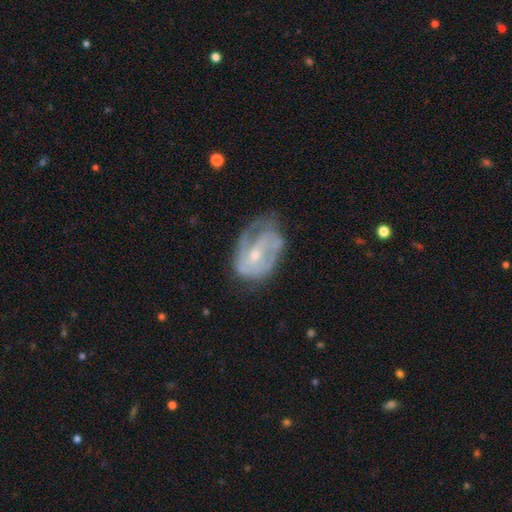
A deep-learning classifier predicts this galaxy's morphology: Smooth or featured?
  - featured or disk: 75% *
  - smooth: 19%
  - star or artifact: 7%
Edge-on disk?
  - no: 97% *
  - yes: 3%
Bar?
  - no: 52% *
  - weak: 38%
  - strong: 10%
Spiral arms?
  - yes: 77% *
  - no: 23%
Spiral winding?
  - tight: 44% *
  - medium: 39%
  - loose: 17%
Spiral arm count?
  - 2: 38% *
  - can't tell: 34%
  - 1: 12%
  - 3: 11%
  - 4: 3%
  - more than 4: 2%
Bulge size?
  - small: 57% *
  - moderate: 38%
  - none: 3%
  - large: 1%
  - dominant: 1%
Merging?
  - none: 46% *
  - minor disturbance: 30%
  - major disturbance: 22%
  - merger: 2%